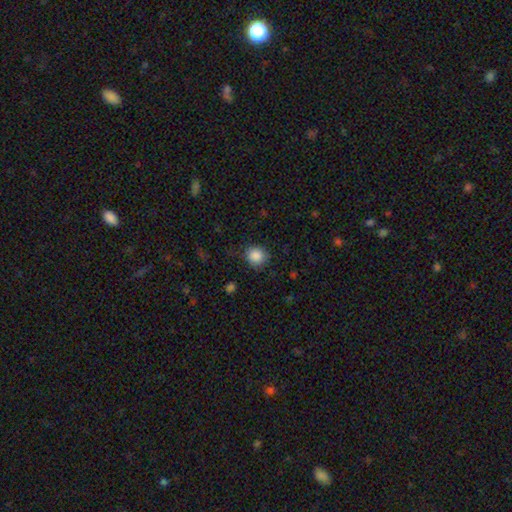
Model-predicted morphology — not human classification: Smooth or featured?
  - smooth: 87% *
  - star or artifact: 9%
  - featured or disk: 3%
How rounded?
  - round: 87% *
  - in between: 12%
  - cigar-shaped: 1%
Merging?
  - none: 83% *
  - minor disturbance: 12%
  - major disturbance: 3%
  - merger: 1%